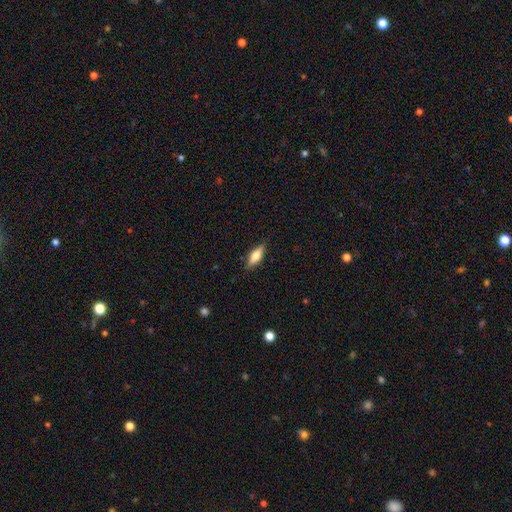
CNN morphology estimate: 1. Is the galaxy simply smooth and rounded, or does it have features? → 69% smooth, 25% featured or disk, 7% star or artifact.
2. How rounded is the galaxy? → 66% in between, 32% cigar-shaped, 2% round.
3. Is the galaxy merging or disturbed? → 85% none, 12% minor disturbance, 2% major disturbance, 1% merger.